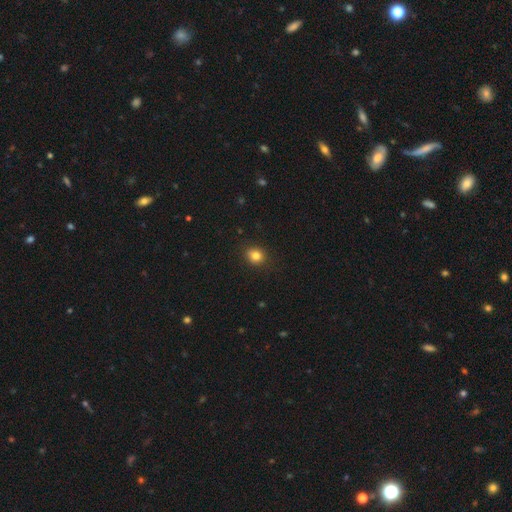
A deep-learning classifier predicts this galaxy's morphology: smooth-or-featured: smooth: 82% | star or artifact: 12% | featured or disk: 6%
  how-rounded: round: 75% | in between: 24% | cigar-shaped: 1%
  merging: none: 84% | minor disturbance: 12% | major disturbance: 3% | merger: 1%